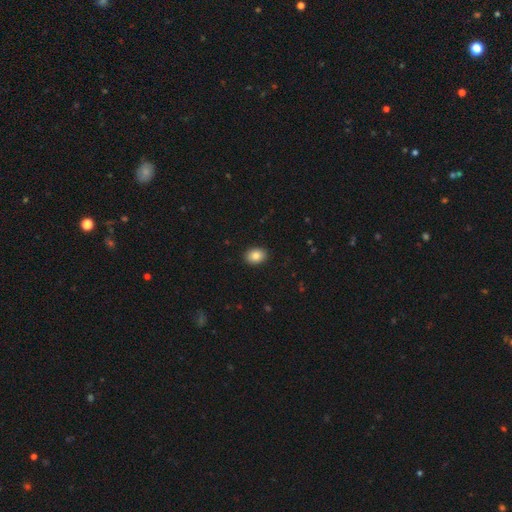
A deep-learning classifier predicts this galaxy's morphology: Smooth or featured? smooth (85%)
How rounded? in between (66%)
Merging? none (91%)